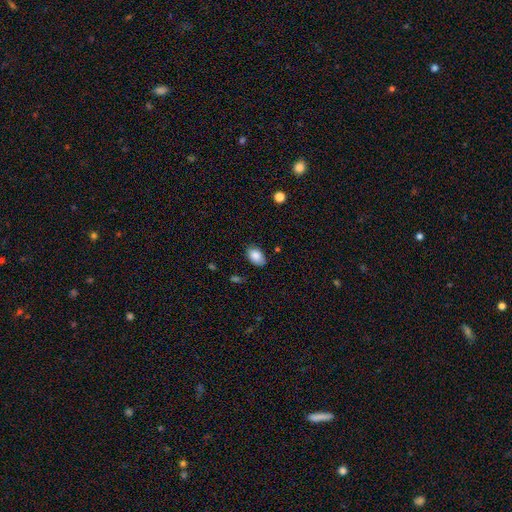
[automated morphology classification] A smooth galaxy with no disk features (86%) that is in between round and cigar-shaped (90%). Merging: none (81%).